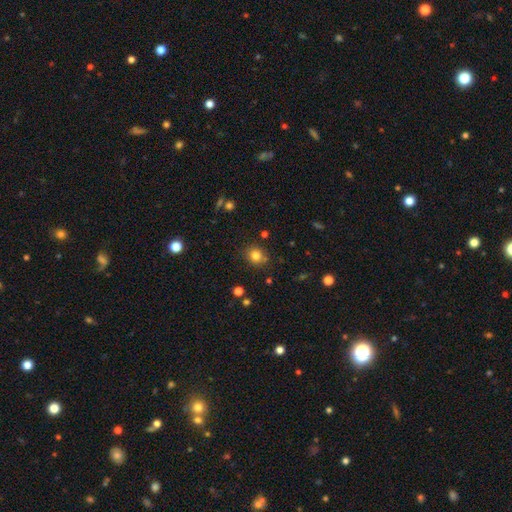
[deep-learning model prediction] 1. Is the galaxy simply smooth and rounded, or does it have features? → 80% smooth, 13% star or artifact, 6% featured or disk.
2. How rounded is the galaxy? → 82% round, 17% in between, 1% cigar-shaped.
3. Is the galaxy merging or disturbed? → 82% none, 10% minor disturbance, 4% merger, 3% major disturbance.